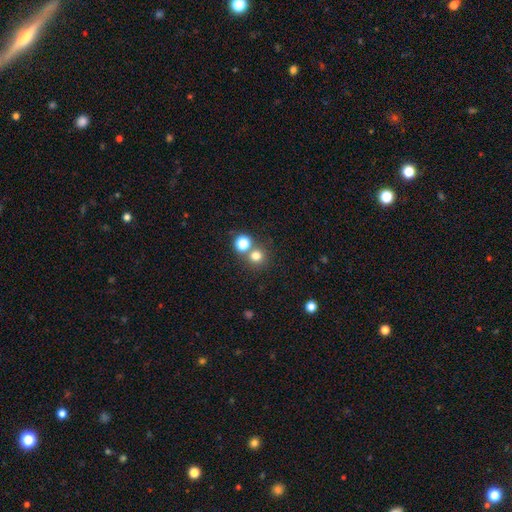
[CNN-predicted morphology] smooth-or-featured: smooth: 75% | star or artifact: 18% | featured or disk: 7%
  how-rounded: round: 91% | in between: 8% | cigar-shaped: 1%
  merging: none: 65% | merger: 26% | minor disturbance: 6% | major disturbance: 3%